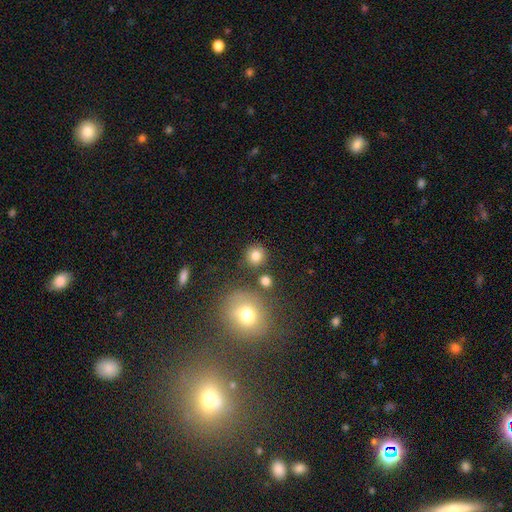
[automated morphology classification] smooth-or-featured: smooth: 80% | star or artifact: 13% | featured or disk: 7%
  how-rounded: round: 89% | in between: 10% | cigar-shaped: 1%
  merging: none: 81% | minor disturbance: 9% | merger: 7% | major disturbance: 4%